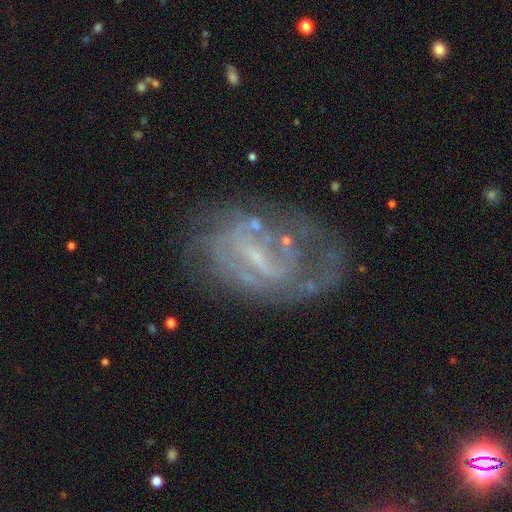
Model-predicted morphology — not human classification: Q: Smooth or featured?
A: featured or disk (77%); runner-up: smooth (14%)
Q: Edge-on disk?
A: no (96%); runner-up: yes (4%)
Q: Bar?
A: weak (48%); runner-up: strong (27%)
Q: Spiral arms?
A: yes (70%); runner-up: no (30%)
Q: Spiral winding?
A: tight (40%); runner-up: medium (37%)
Q: Spiral arm count?
A: can't tell (43%); runner-up: 2 (30%)
Q: Bulge size?
A: small (54%); runner-up: none (28%)
Q: Merging?
A: none (49%); runner-up: major disturbance (25%)